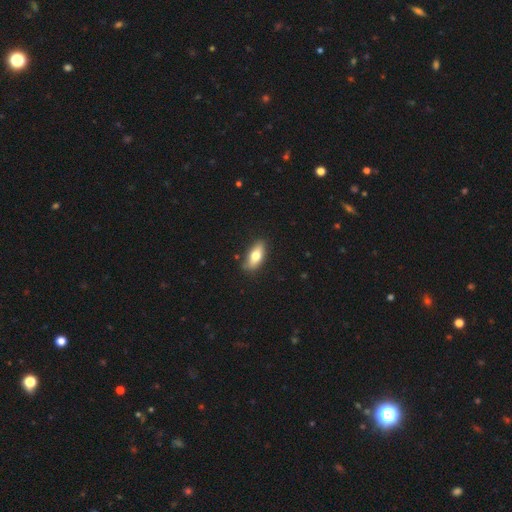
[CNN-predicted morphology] Smooth or featured? Predicted: smooth (p=0.72). How rounded? Predicted: in between (p=0.80). Merging? Predicted: none (p=0.82).